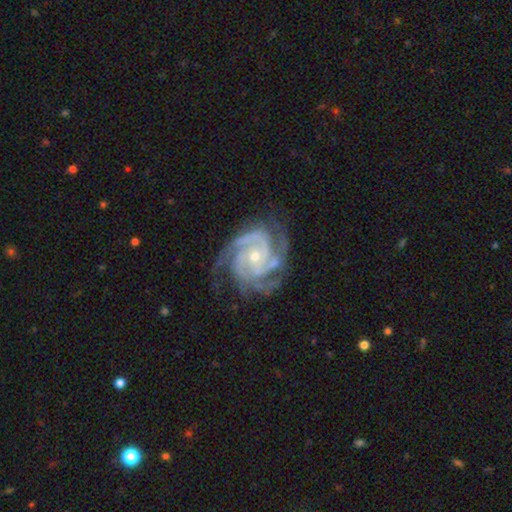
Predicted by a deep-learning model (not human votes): Smooth or featured: featured or disk — 93% (star or artifact — 4%)
Edge-on disk: no — 98% (yes — 2%)
Bar: no — 69% (weak — 24%)
Spiral arms: yes — 99% (no — 1%)
Spiral winding: tight — 63% (medium — 33%)
Spiral arm count: 3 — 45% (2 — 19%)
Bulge size: small — 60% (moderate — 37%)
Merging: none — 71% (minor disturbance — 19%)